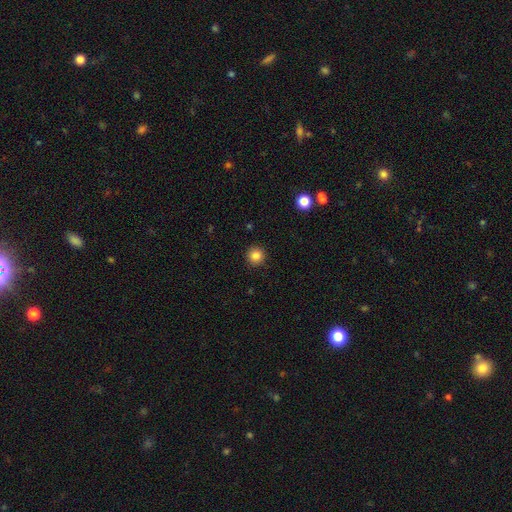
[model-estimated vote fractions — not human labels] This is clearly a smooth galaxy (85%). How rounded: clearly round (95%). Merging: clearly none (92%).